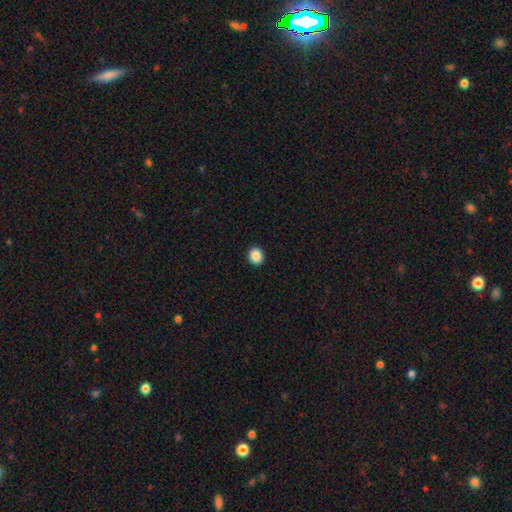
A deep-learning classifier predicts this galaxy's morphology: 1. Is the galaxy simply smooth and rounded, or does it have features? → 87% smooth, 9% star or artifact, 4% featured or disk.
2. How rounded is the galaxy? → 84% round, 15% in between, 1% cigar-shaped.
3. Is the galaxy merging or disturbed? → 93% none, 4% minor disturbance, 1% major disturbance, 1% merger.